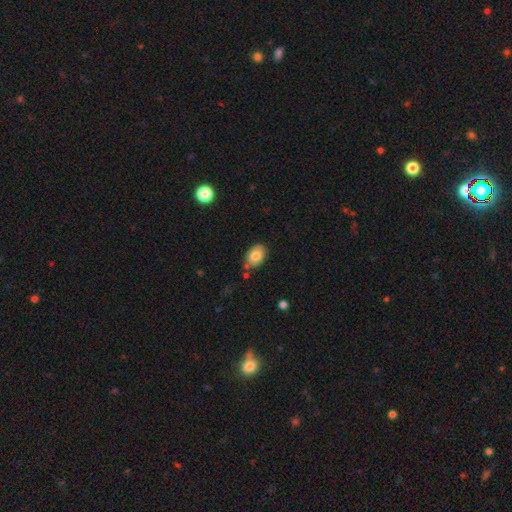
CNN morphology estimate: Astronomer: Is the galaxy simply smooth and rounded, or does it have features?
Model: smooth — 78%.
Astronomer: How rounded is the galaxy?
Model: in between — 86%.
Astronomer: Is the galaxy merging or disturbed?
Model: none — 73%.